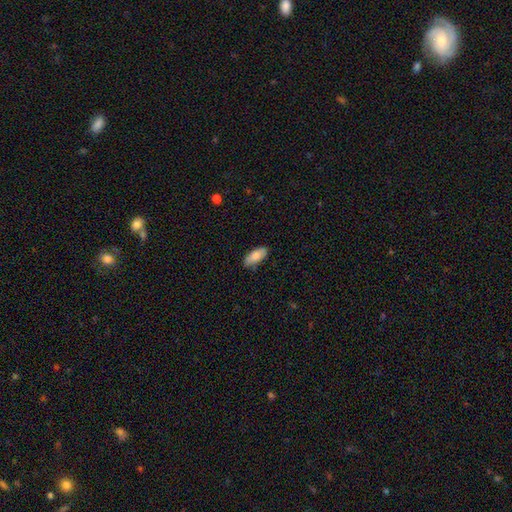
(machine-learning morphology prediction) Smooth or featured? smooth (84%)
How rounded? in between (85%)
Merging? none (84%)